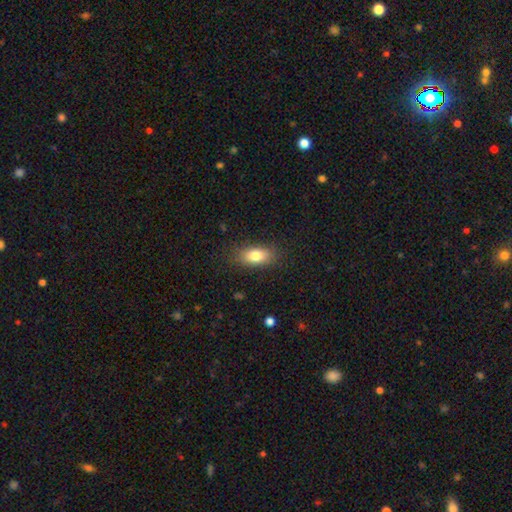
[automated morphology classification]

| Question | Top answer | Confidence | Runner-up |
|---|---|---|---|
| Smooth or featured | smooth | 80% | featured or disk (12%) |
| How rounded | in between | 84% | cigar-shaped (9%) |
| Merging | none | 83% | minor disturbance (12%) |